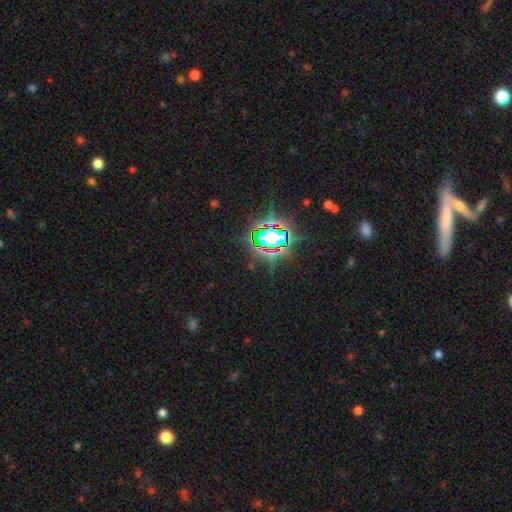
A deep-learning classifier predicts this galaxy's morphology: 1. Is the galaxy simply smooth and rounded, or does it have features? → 79% star or artifact, 13% smooth, 8% featured or disk.